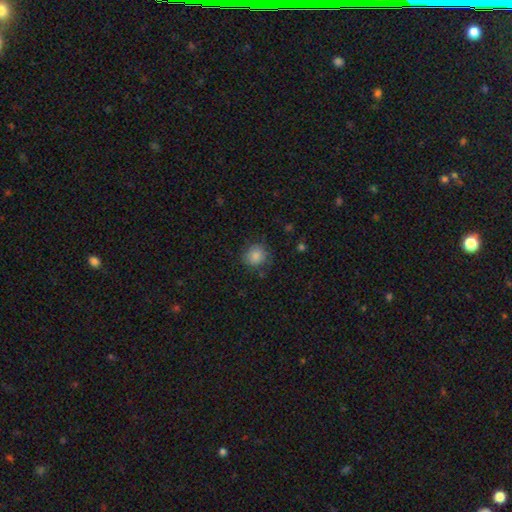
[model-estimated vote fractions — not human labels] A smooth galaxy with no disk features (83%) that is round (86%).

Vote fractions:
- Smooth or featured? smooth: 83% / star or artifact: 10% / featured or disk: 7%
- How rounded? round: 86% / in between: 13% / cigar-shaped: 1%
- Merging? none: 77% / minor disturbance: 16% / major disturbance: 5% / merger: 2%